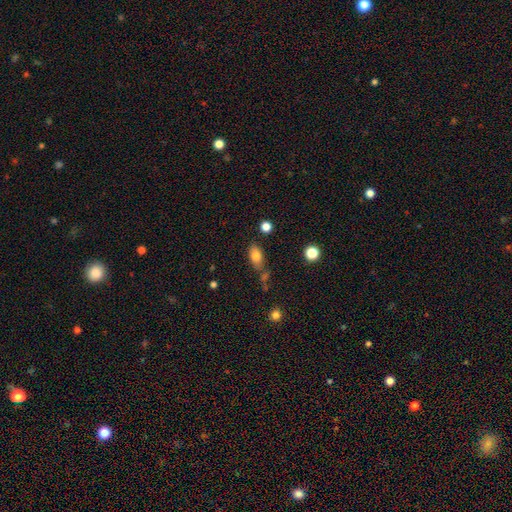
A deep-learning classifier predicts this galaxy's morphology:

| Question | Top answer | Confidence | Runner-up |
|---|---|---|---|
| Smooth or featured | smooth | 79% | featured or disk (12%) |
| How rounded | in between | 85% | round (10%) |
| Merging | none | 65% | minor disturbance (18%) |